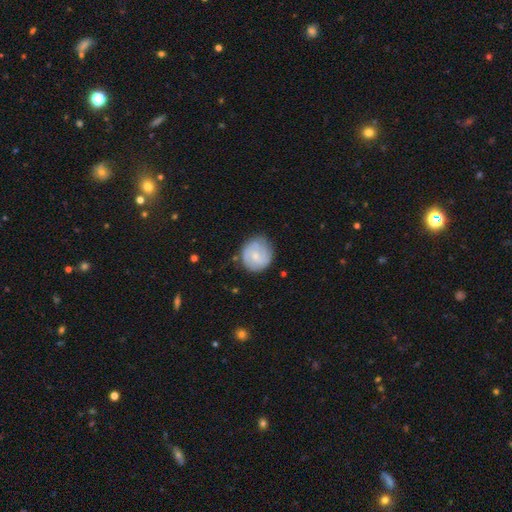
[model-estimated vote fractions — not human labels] This appears to be a featured or disk galaxy (66%) with no bar (52%), 2 (47%) tight (56%) spiral arms (89%) and a small central bulge (61%). Merging: none (73%).